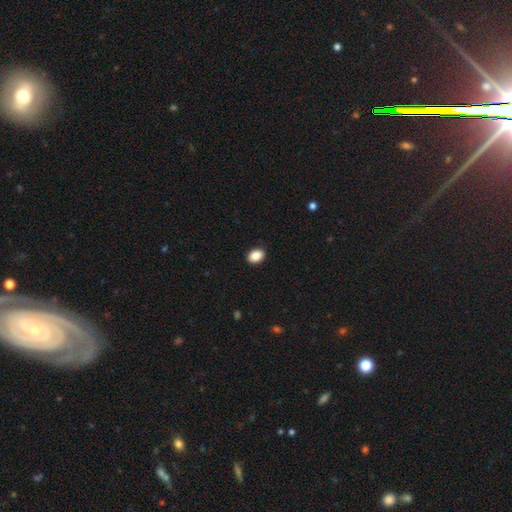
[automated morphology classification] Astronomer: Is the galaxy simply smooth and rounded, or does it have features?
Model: smooth — 89%.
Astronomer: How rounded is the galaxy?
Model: in between — 77%.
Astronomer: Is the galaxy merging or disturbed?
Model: none — 90%.